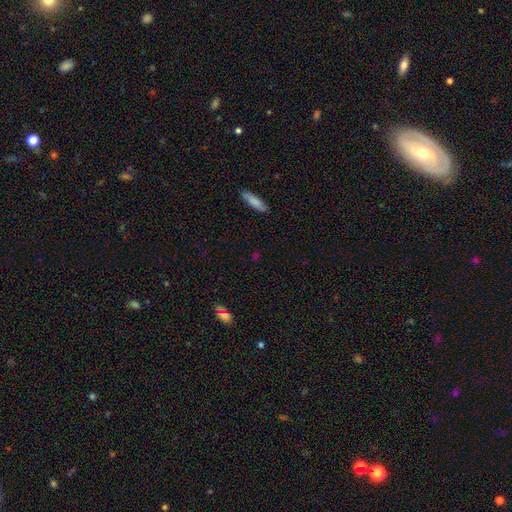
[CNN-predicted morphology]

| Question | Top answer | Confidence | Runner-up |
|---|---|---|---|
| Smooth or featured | smooth | 55% | star or artifact (36%) |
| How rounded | in between | 41% | round (33%) |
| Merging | none | 80% | minor disturbance (11%) |